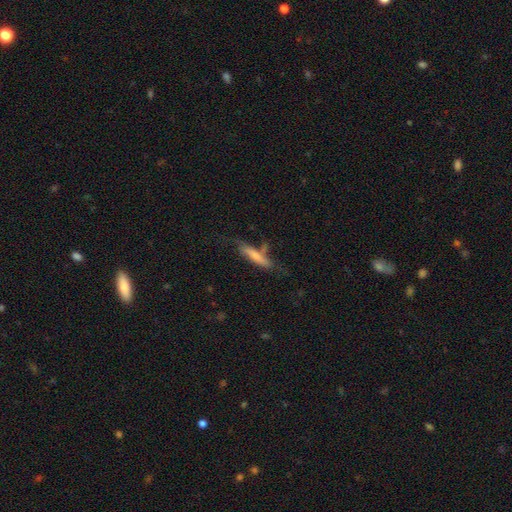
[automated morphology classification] A smooth galaxy with no disk features (61%) that is cigar-shaped (84%). Merging: none (52%).